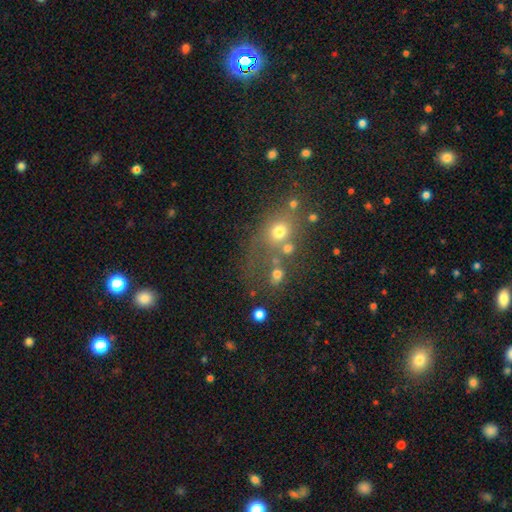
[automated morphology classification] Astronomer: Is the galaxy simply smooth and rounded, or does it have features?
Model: smooth — 46% (runner-up: star or artifact, 37%).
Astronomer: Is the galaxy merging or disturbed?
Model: none — 42% (runner-up: merger, 39%).